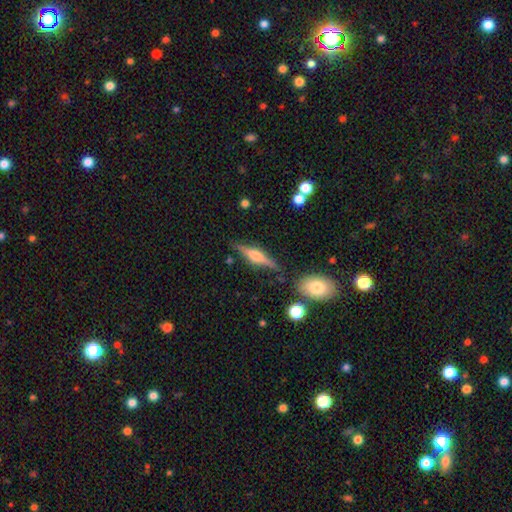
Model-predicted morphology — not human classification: Smooth or featured?
  - featured or disk: 67% *
  - smooth: 26%
  - star or artifact: 7%
Edge-on disk?
  - yes: 96% *
  - no: 4%
Edge-on bulge?
  - rounded: 83% *
  - boxy: 13%
  - none: 4%
Merging?
  - none: 82% *
  - minor disturbance: 11%
  - merger: 3%
  - major disturbance: 3%